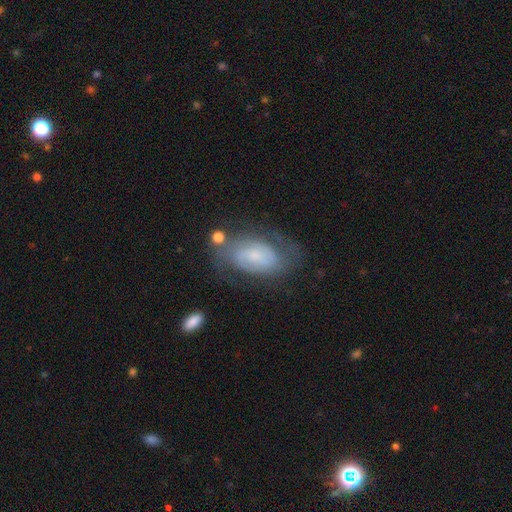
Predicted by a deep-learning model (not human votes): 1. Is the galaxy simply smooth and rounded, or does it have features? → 67% featured or disk, 26% smooth, 8% star or artifact.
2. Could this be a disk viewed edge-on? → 96% no, 4% yes.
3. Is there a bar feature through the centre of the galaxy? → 54% no, 38% weak, 8% strong.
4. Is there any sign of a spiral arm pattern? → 86% yes, 14% no.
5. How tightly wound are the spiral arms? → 48% tight, 38% medium, 14% loose.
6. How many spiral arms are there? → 55% 2, 30% can't tell, 6% 3, 6% 1, 2% 4, 2% more than 4.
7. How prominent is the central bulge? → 62% small, 20% moderate, 12% none, 4% large, 2% dominant.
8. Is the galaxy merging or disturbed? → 58% none, 23% minor disturbance, 15% major disturbance, 4% merger.